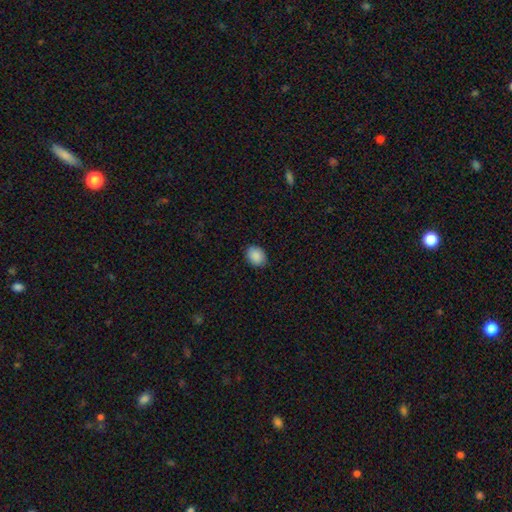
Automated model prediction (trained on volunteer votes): A smooth galaxy with no disk features (89%) that is in between round and cigar-shaped (56%). Merging: none (85%).